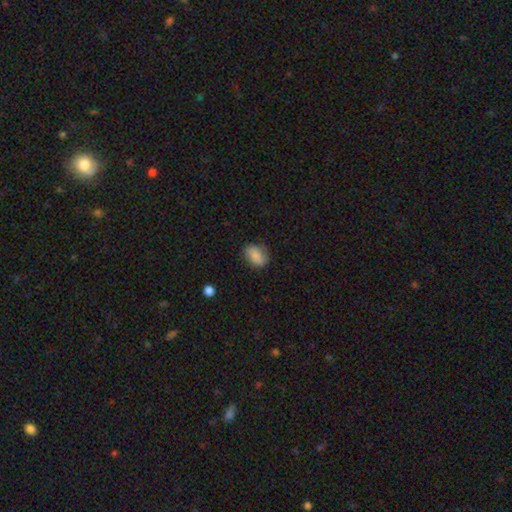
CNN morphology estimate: The model was most divided on "how rounded": in between: 76%, round: 22%, cigar-shaped: 2%. More confident: smooth or featured — smooth (85%); merging — none (77%).